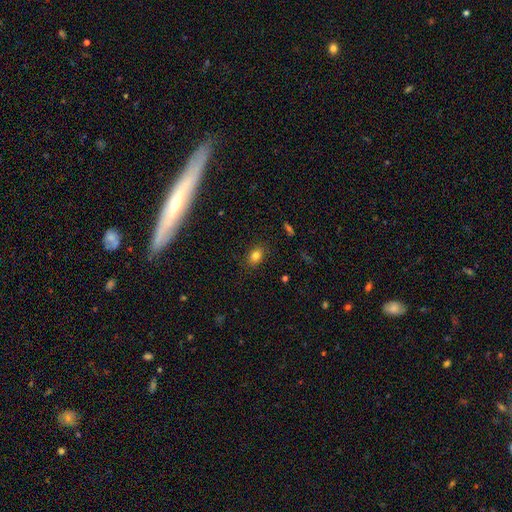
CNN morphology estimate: Smooth or featured? smooth (80%)
How rounded? in between (73%)
Merging? none (86%)